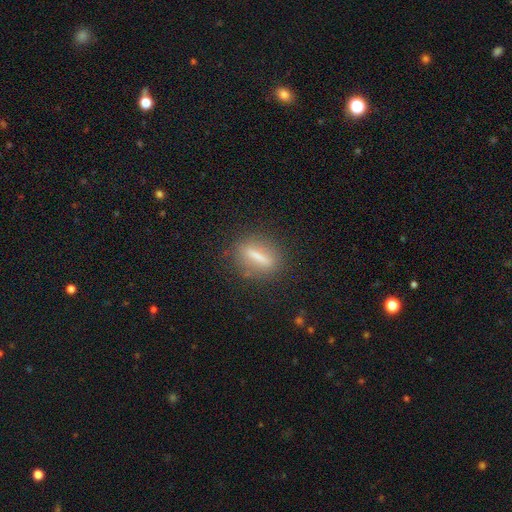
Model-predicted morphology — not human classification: smooth 46%, featured or disk 42%, star or artifact 12%. Down the decision tree: merging — none (85%).